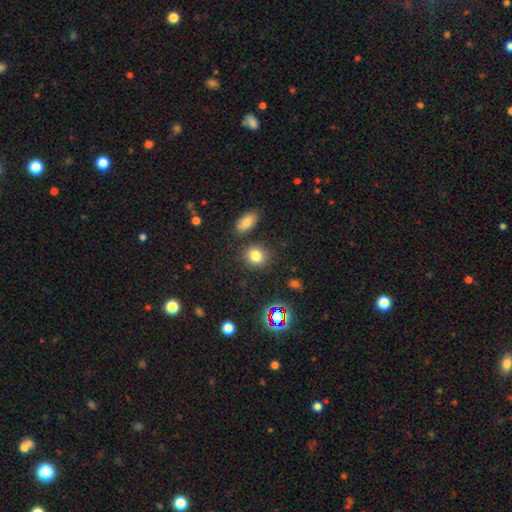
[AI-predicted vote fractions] Smooth or featured?
  - smooth: 79% *
  - star or artifact: 14%
  - featured or disk: 7%
How rounded?
  - round: 71% *
  - in between: 27%
  - cigar-shaped: 1%
Merging?
  - none: 82% *
  - minor disturbance: 10%
  - merger: 6%
  - major disturbance: 3%